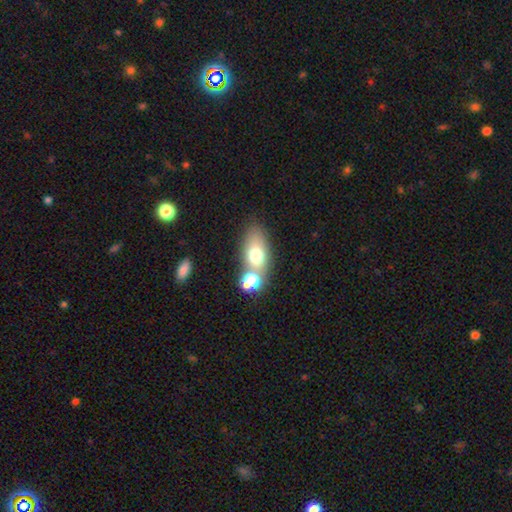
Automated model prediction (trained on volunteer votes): smooth 66%, featured or disk 23%, star or artifact 11%. Down the decision tree: how rounded — in between (78%); merging — none (43%).